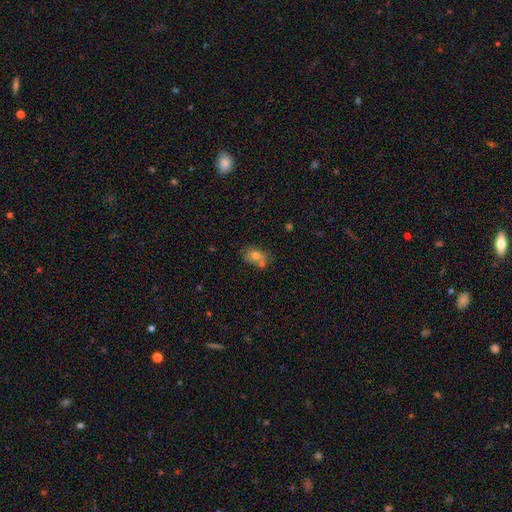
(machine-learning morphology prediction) A smooth galaxy with no disk features (71%) that is in between round and cigar-shaped (71%).

Vote fractions:
- Smooth or featured? smooth: 71% / featured or disk: 18% / star or artifact: 11%
- How rounded? in between: 71% / round: 27% / cigar-shaped: 2%
- Merging? none: 47% / merger: 30% / minor disturbance: 18% / major disturbance: 5%